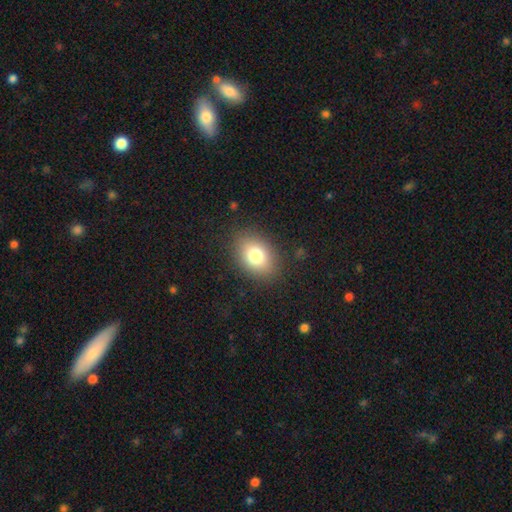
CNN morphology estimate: Smooth or featured? Predicted: smooth (p=0.78). How rounded? Predicted: in between (p=0.72). Merging? Predicted: none (p=0.85).